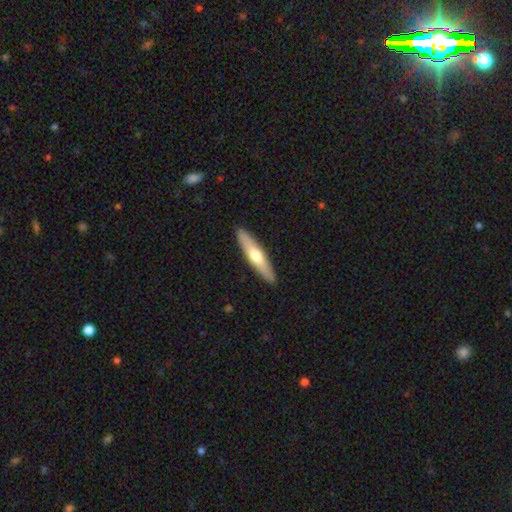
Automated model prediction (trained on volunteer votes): A smooth galaxy with no disk features (54%) that is cigar-shaped (85%).

Vote fractions:
- Smooth or featured? smooth: 54% / featured or disk: 41% / star or artifact: 5%
- How rounded? cigar-shaped: 85% / in between: 14% / round: 2%
- Merging? none: 91% / minor disturbance: 6% / major disturbance: 1% / merger: 1%